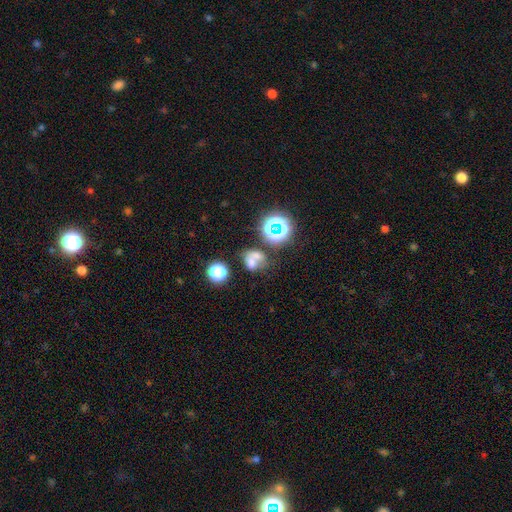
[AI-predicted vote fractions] Smooth or featured? Predicted: smooth (p=0.54). How rounded? Predicted: round (p=0.56). Merging? Predicted: merger (p=0.50).